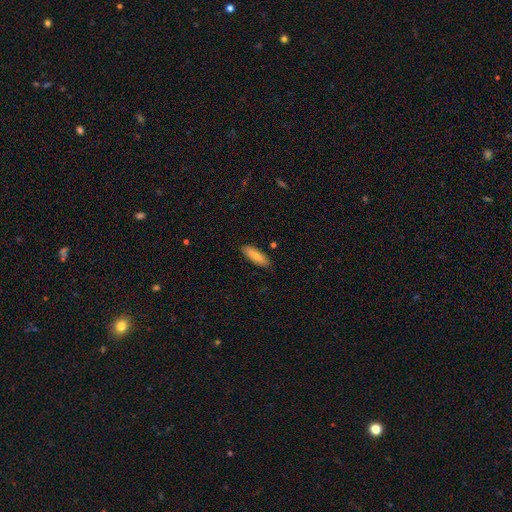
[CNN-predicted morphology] Smooth or featured: smooth — 76% (featured or disk — 18%)
How rounded: in between — 54% (cigar-shaped — 44%)
Merging: none — 87% (minor disturbance — 10%)